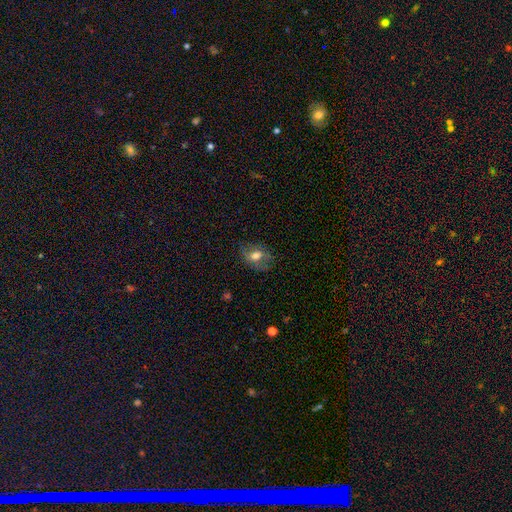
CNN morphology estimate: This is likely a smooth galaxy (63%). How rounded: likely in between (68%). Merging: likely none (70%).